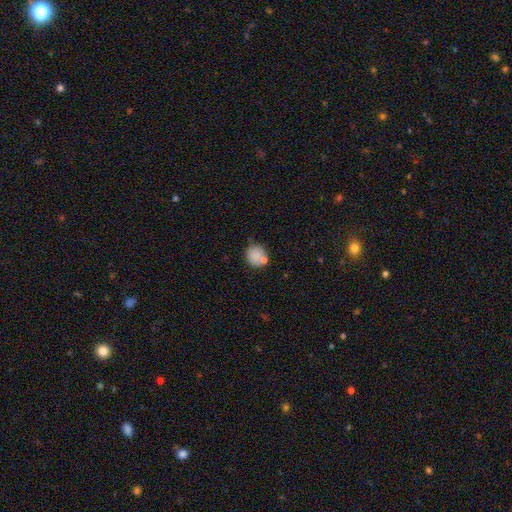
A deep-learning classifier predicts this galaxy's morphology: Overall: smooth (83%). How rounded: round (82%). Merging: none (68%).